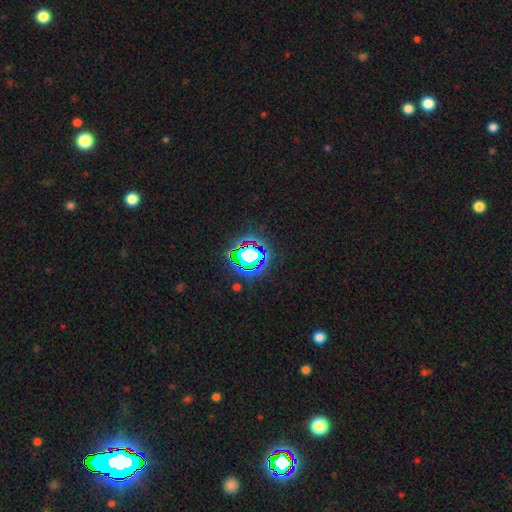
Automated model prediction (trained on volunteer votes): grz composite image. It shows a star or artifact, not a galaxy (65%).